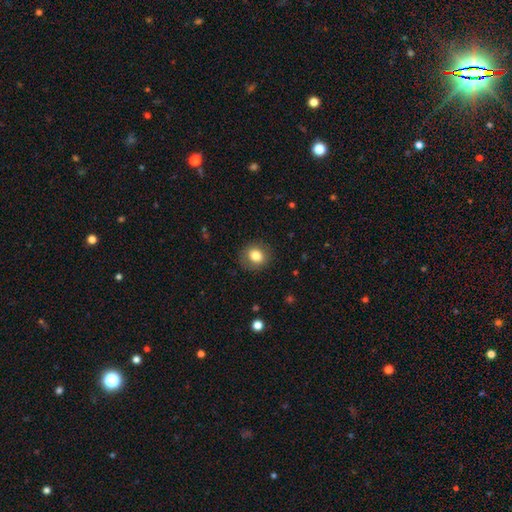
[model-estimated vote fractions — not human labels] Smooth or featured: smooth — 81% (star or artifact — 10%)
How rounded: round — 75% (in between — 24%)
Merging: none — 85% (minor disturbance — 10%)